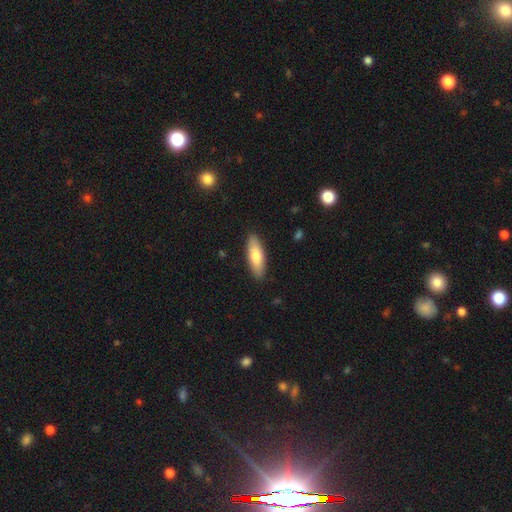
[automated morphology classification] Smooth or featured? Predicted: smooth (p=0.76). How rounded? Predicted: in between (p=0.55). Merging? Predicted: none (p=0.89).